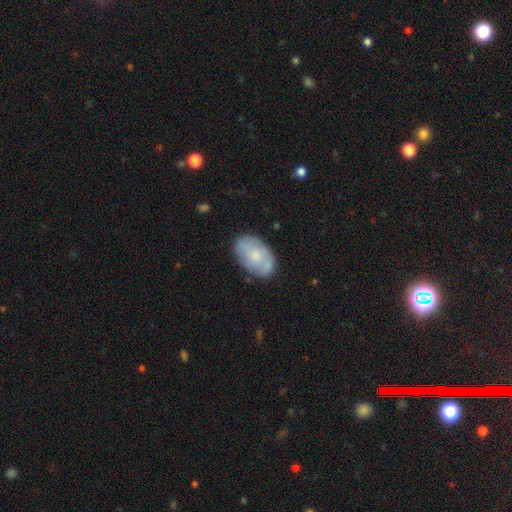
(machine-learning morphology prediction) type=smooth (61%); roundness=in between (91%); merging=none (72%).